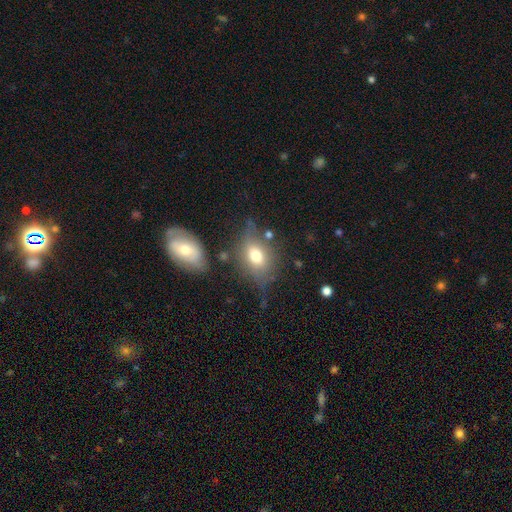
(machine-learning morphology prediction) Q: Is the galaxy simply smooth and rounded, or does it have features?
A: smooth — 65%.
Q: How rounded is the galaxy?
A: in between — 71%.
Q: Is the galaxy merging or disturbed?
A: none — 57%.